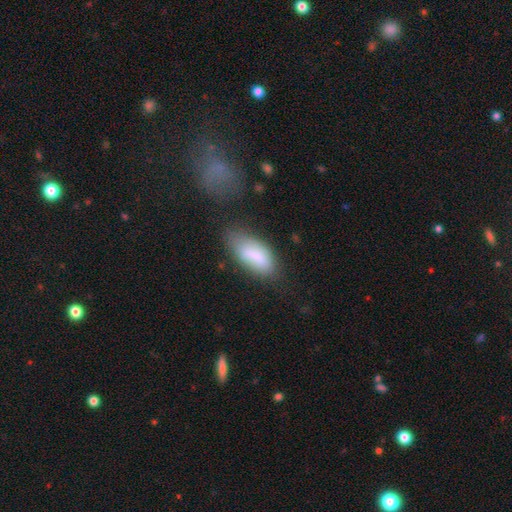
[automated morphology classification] Smooth or featured: smooth — 77% (featured or disk — 15%)
How rounded: in between — 85% (cigar-shaped — 12%)
Merging: none — 52% (minor disturbance — 30%)